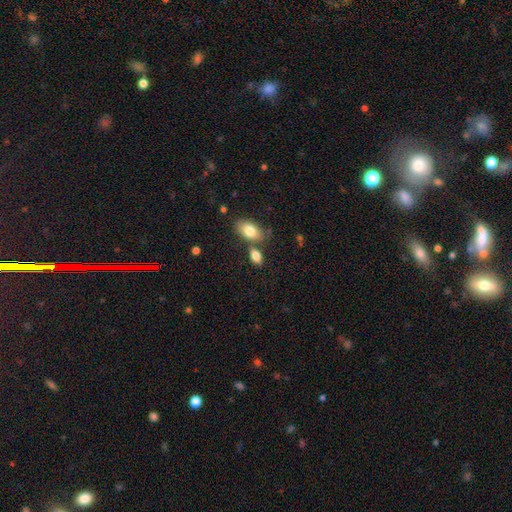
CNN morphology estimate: smooth 83%, featured or disk 10%, star or artifact 8%. Down the decision tree: how rounded — in between (88%); merging — none (63%).